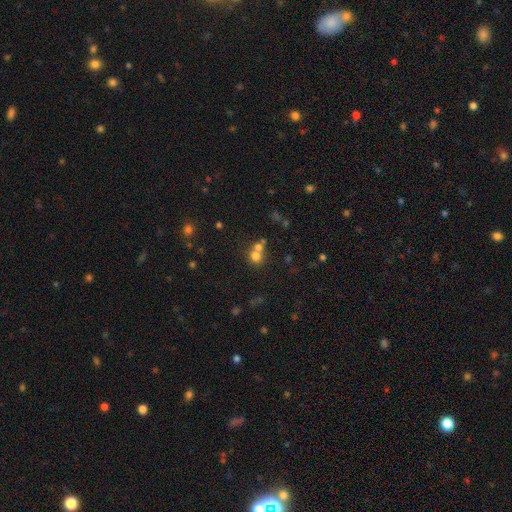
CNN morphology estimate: Smooth or featured? smooth (70%)
How rounded? round (81%)
Merging? merger (50%)